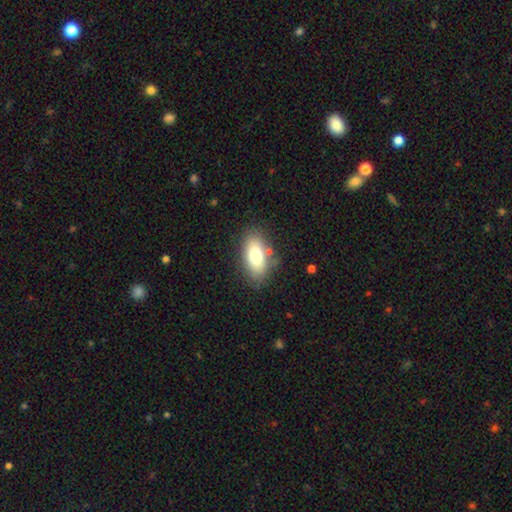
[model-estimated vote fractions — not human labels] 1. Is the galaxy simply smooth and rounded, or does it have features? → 76% smooth, 16% featured or disk, 8% star or artifact.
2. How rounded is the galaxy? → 89% in between, 6% cigar-shaped, 5% round.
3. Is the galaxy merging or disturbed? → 76% none, 14% minor disturbance, 5% merger, 4% major disturbance.